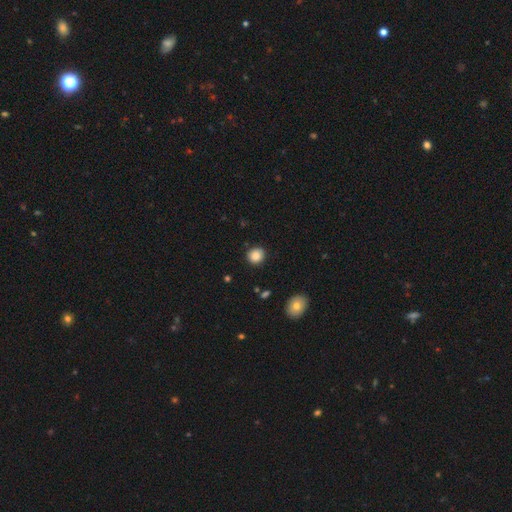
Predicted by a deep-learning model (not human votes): Smooth or featured: smooth — 87% (star or artifact — 9%)
How rounded: round — 87% (in between — 12%)
Merging: none — 89% (minor disturbance — 8%)